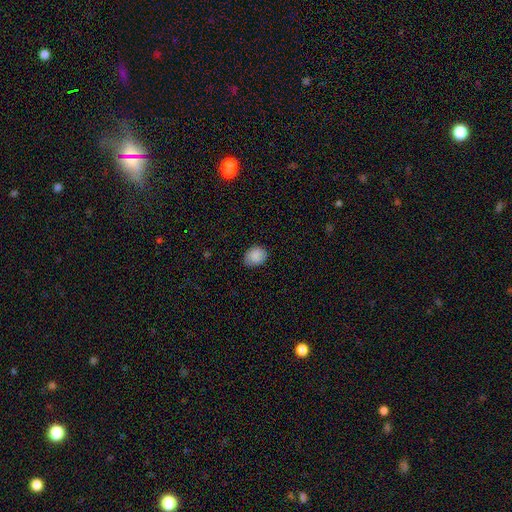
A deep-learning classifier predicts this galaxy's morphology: A smooth galaxy with no disk features (89%) that is in between round and cigar-shaped (52%).

Vote fractions:
- Smooth or featured? smooth: 89% / star or artifact: 8% / featured or disk: 4%
- How rounded? in between: 52% / round: 48% / cigar-shaped: 1%
- Merging? none: 77% / minor disturbance: 19% / major disturbance: 3% / merger: 1%